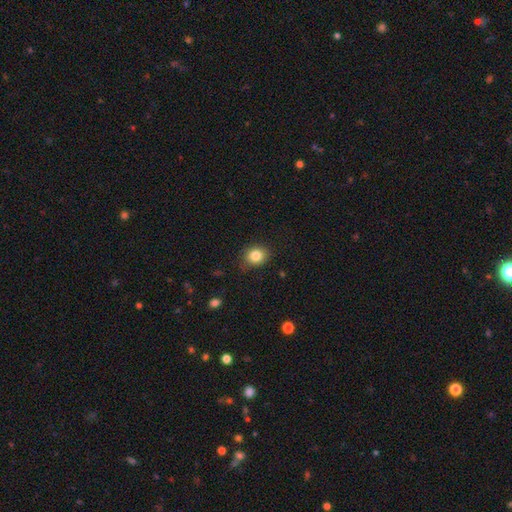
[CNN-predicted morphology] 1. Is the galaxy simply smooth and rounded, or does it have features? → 83% smooth, 10% star or artifact, 7% featured or disk.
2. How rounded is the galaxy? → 63% round, 36% in between, 1% cigar-shaped.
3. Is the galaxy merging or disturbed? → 81% none, 15% minor disturbance, 3% major disturbance, 1% merger.